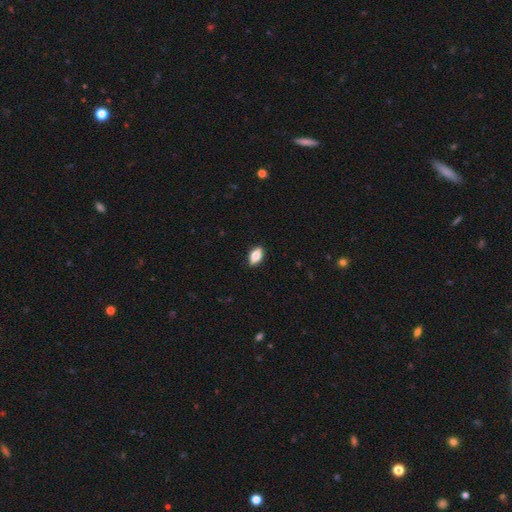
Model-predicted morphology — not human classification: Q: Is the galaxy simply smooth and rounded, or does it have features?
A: smooth — 82%.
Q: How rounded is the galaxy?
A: in between — 90%.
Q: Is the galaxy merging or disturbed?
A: none — 88%.